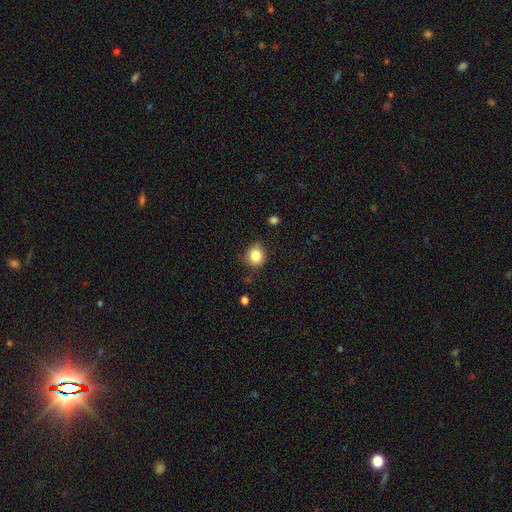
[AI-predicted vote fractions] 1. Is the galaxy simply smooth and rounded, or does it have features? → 84% smooth, 10% star or artifact, 6% featured or disk.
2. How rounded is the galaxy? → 82% round, 17% in between, 1% cigar-shaped.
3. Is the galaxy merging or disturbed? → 81% none, 15% minor disturbance, 3% major disturbance, 2% merger.